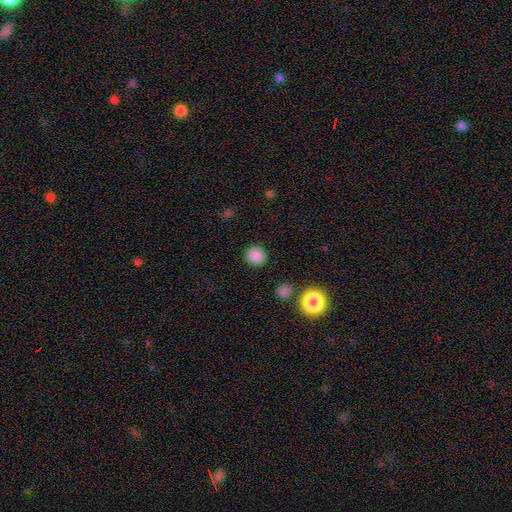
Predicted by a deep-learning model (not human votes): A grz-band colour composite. It shows a smooth galaxy with no disk features (86%) that is round (92%). Merging: none (91%).